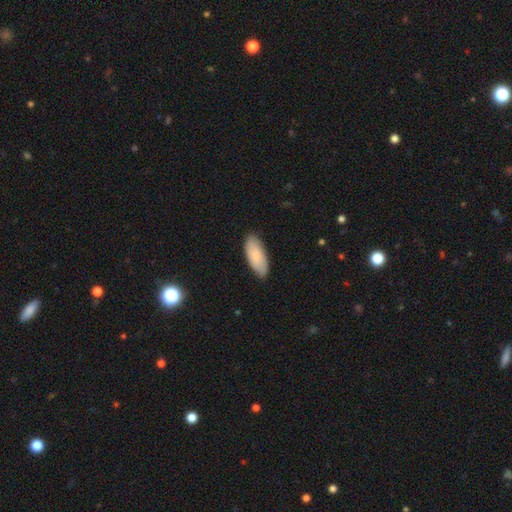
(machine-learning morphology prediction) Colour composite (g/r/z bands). It shows a smooth galaxy with no disk features (83%) that is in between round and cigar-shaped (82%). Merging: none (84%).